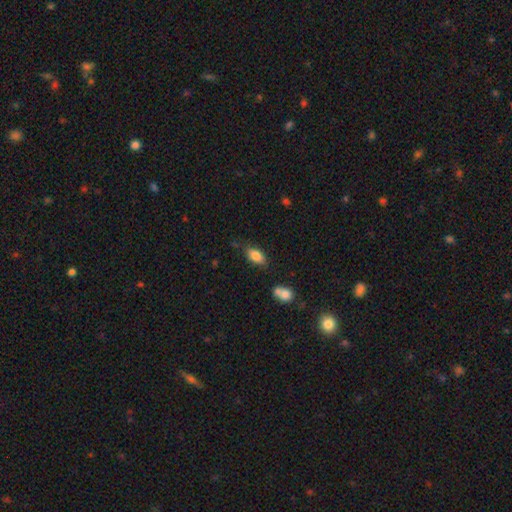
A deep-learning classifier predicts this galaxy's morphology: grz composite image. It shows a smooth galaxy with no disk features (83%) that is in between round and cigar-shaped (90%). Merging: none (71%).